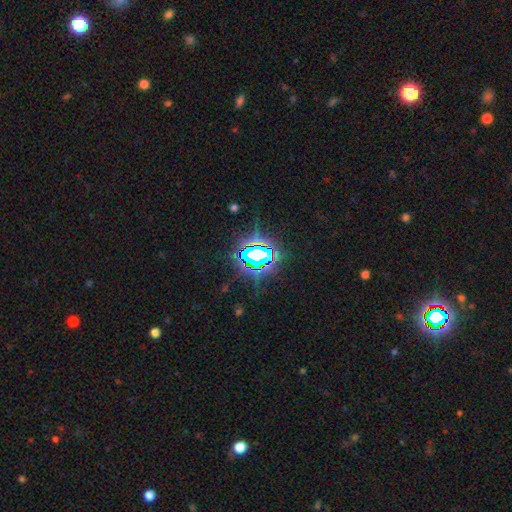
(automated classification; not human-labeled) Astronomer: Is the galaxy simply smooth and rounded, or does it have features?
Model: star or artifact — 79%.